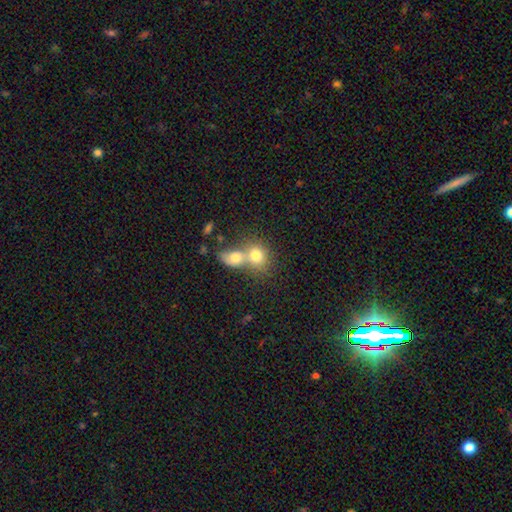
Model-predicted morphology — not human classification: type=smooth (75%); roundness=round (59%); merging=merger (65%).